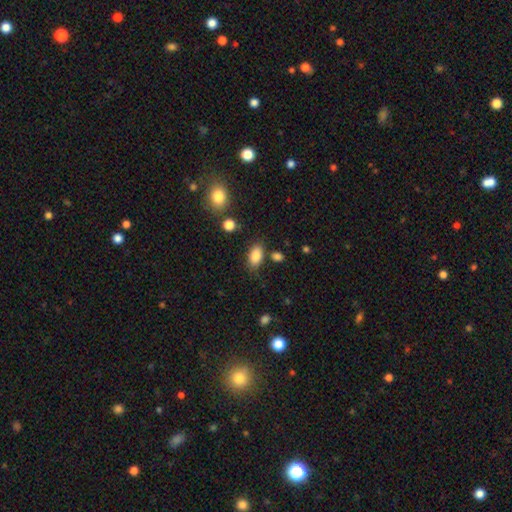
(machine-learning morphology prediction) The model was most divided on "merging": none: 78%, minor disturbance: 13%, merger: 5%, major disturbance: 4%. More confident: how rounded — in between (90%); smooth or featured — smooth (86%).